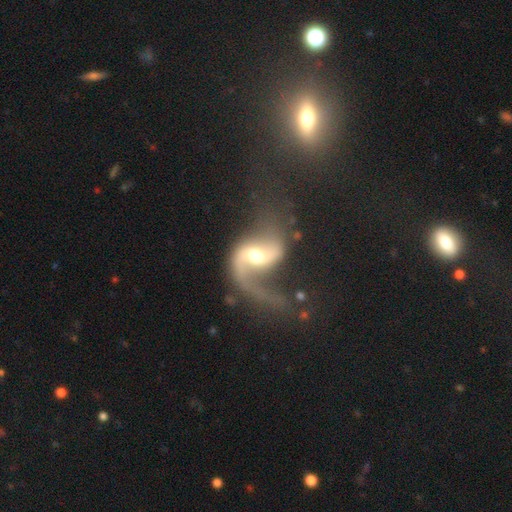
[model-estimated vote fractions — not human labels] Q: Smooth or featured?
A: featured or disk (87%); runner-up: smooth (7%)
Q: Edge-on disk?
A: no (97%); runner-up: yes (3%)
Q: Bar?
A: weak (43%); runner-up: no (33%)
Q: Spiral arms?
A: yes (95%); runner-up: no (5%)
Q: Spiral winding?
A: loose (77%); runner-up: medium (19%)
Q: Spiral arm count?
A: 2 (74%); runner-up: 1 (22%)
Q: Bulge size?
A: moderate (63%); runner-up: small (25%)
Q: Merging?
A: none (46%); runner-up: major disturbance (30%)